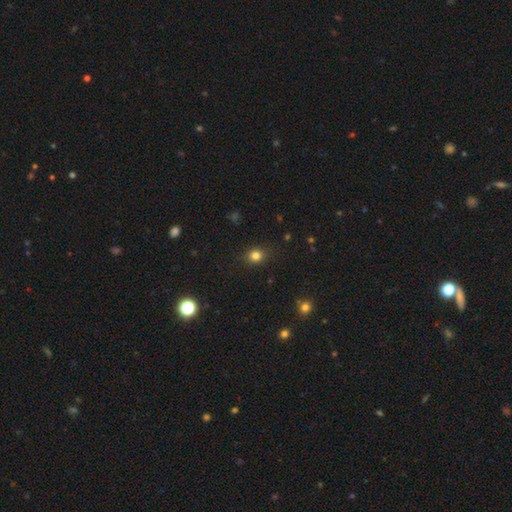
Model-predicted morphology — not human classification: Smooth or featured? smooth (80%)
How rounded? round (72%)
Merging? none (86%)